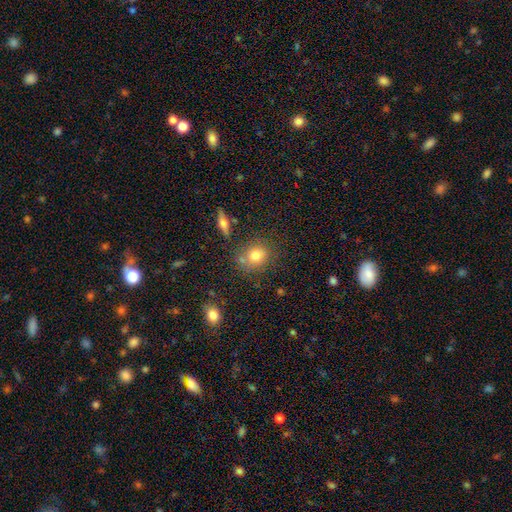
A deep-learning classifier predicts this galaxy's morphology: type=smooth (77%); roundness=round (67%); merging=none (72%).